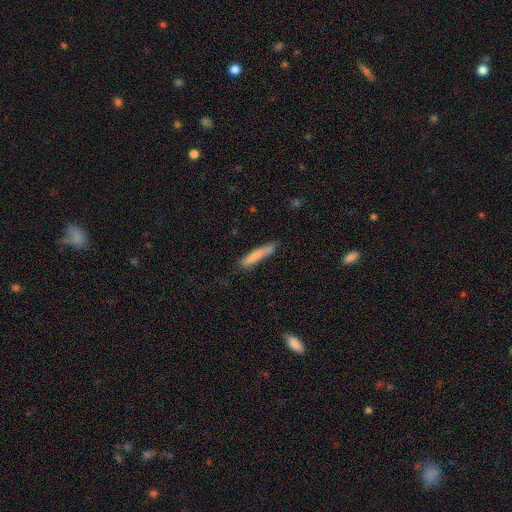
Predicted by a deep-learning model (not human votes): smooth_or_featured: smooth (p=0.78) [alt: featured or disk p=0.16]
how_rounded: cigar-shaped (p=0.91) [alt: in between p=0.08]
merging: none (p=0.72) [alt: minor disturbance p=0.21]